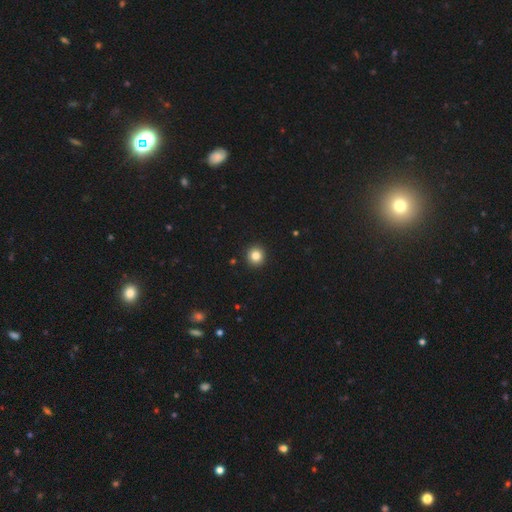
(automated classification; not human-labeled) smooth_or_featured: smooth (p=0.84) [alt: star or artifact p=0.11]
how_rounded: round (p=0.94) [alt: in between p=0.05]
merging: none (p=0.93) [alt: minor disturbance p=0.04]